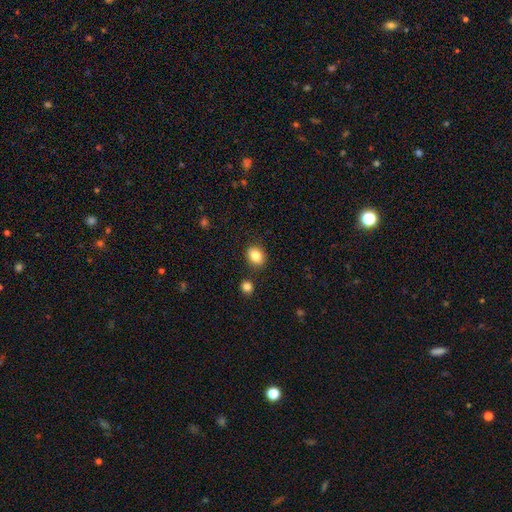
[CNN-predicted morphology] A smooth galaxy with no disk features (84%) that is round (50%). Merging: none (85%).